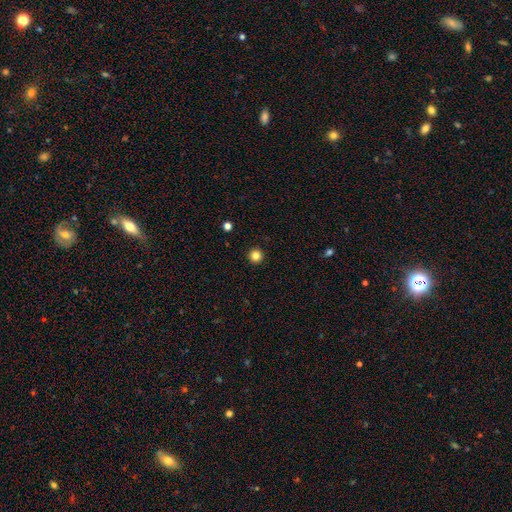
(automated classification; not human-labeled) smooth_or_featured: smooth (p=0.84) [alt: star or artifact p=0.12]
how_rounded: round (p=0.96) [alt: in between p=0.03]
merging: none (p=0.94) [alt: minor disturbance p=0.04]